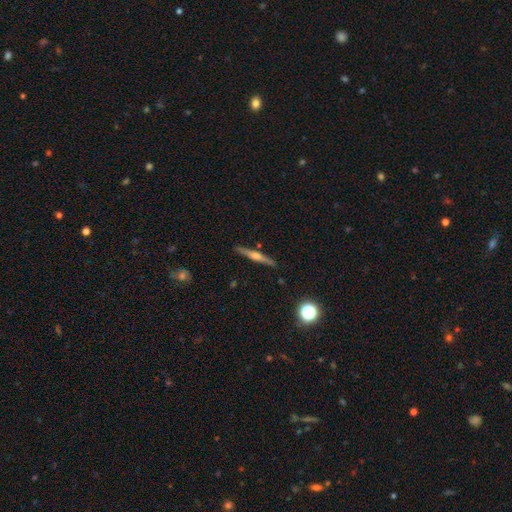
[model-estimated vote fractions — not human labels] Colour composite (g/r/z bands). It shows a featured or disk galaxy (69%) viewed edge-on (98%) with a rounded central bulge (81%). Merging: none (90%).